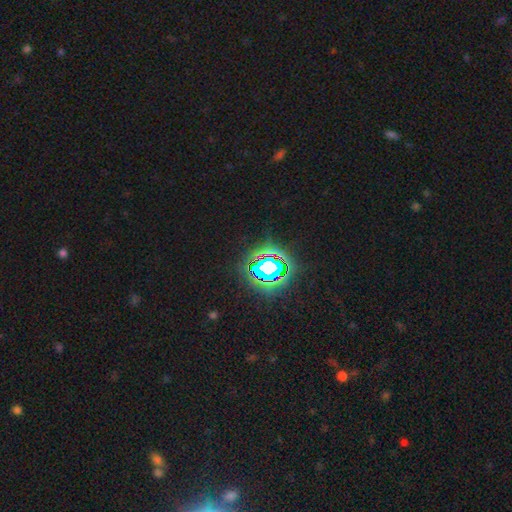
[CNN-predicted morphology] Smooth or featured: star or artifact — 80% (smooth — 12%)